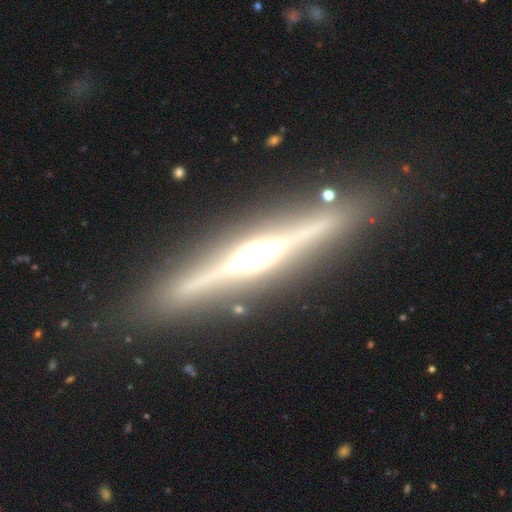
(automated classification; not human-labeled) A featured or disk galaxy (84%) viewed edge-on (97%) with a rounded central bulge (87%). Merging: none (88%).